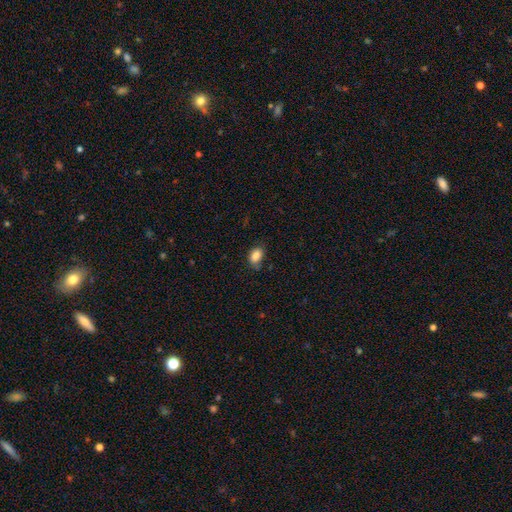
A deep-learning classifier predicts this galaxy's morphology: The model was most divided on "merging": none: 66%, minor disturbance: 26%, major disturbance: 6%, merger: 2%. More confident: smooth or featured — smooth (85%); how rounded — in between (81%).